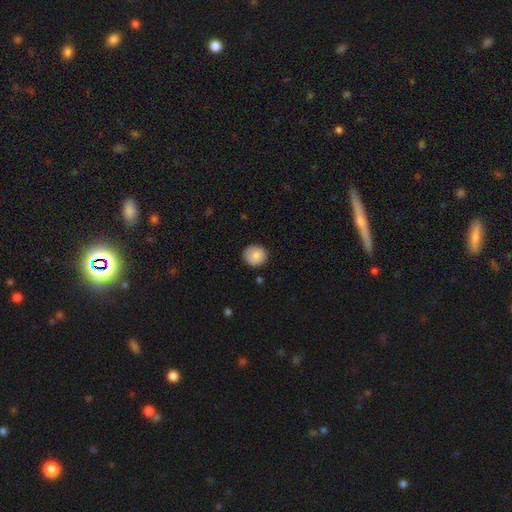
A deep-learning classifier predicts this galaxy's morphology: smooth_or_featured: smooth (p=0.86) [alt: star or artifact p=0.08]
how_rounded: round (p=0.91) [alt: in between p=0.08]
merging: none (p=0.87) [alt: minor disturbance p=0.10]